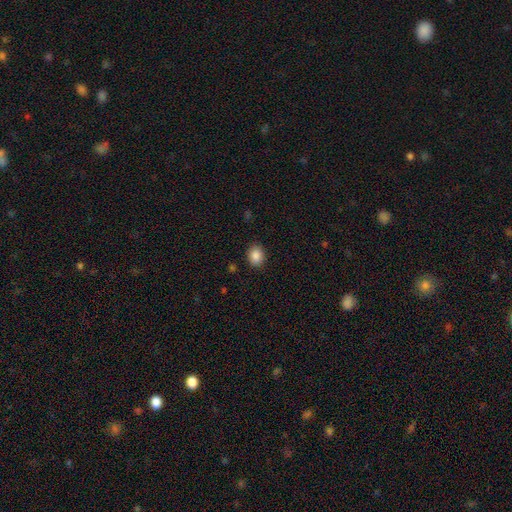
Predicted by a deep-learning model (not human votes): Smooth or featured?
  - smooth: 87% *
  - star or artifact: 9%
  - featured or disk: 4%
How rounded?
  - in between: 52% *
  - round: 47%
  - cigar-shaped: 1%
Merging?
  - none: 88% *
  - minor disturbance: 9%
  - major disturbance: 2%
  - merger: 1%